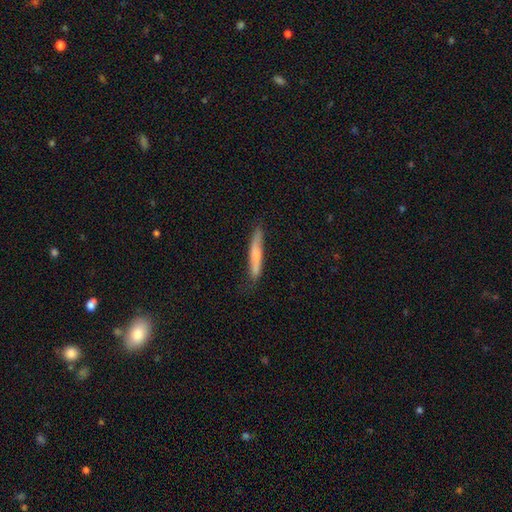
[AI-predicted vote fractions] Smooth or featured: smooth — 64% (featured or disk — 30%)
How rounded: cigar-shaped — 93% (in between — 5%)
Merging: none — 72% (minor disturbance — 22%)